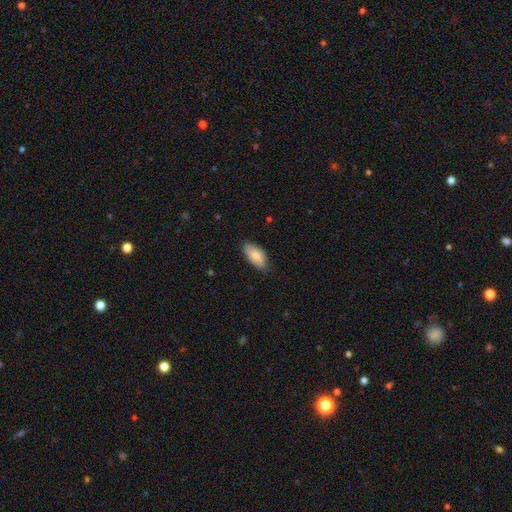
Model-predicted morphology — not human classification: Smooth or featured? Predicted: smooth (p=0.82). How rounded? Predicted: in between (p=0.93). Merging? Predicted: none (p=0.80).